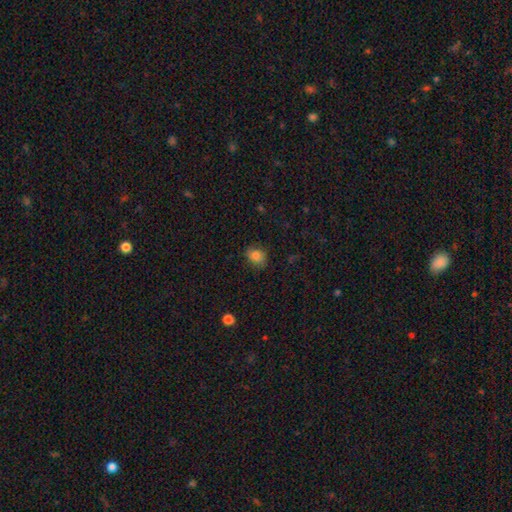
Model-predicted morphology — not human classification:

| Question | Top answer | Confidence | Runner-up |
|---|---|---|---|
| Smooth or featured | smooth | 82% | star or artifact (11%) |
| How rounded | in between | 54% | round (45%) |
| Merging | none | 79% | minor disturbance (17%) |